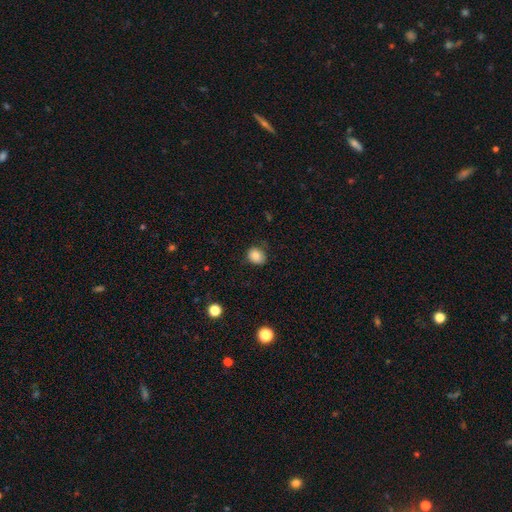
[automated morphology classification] This is clearly a smooth galaxy (85%). How rounded: likely round (62%). Merging: likely none (78%).